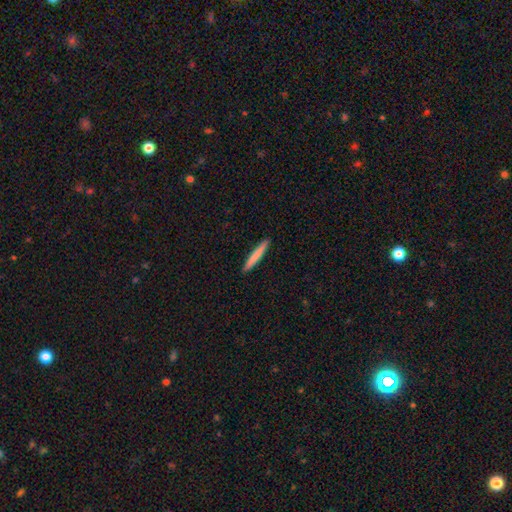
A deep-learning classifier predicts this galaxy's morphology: The model was most divided on "smooth or featured": smooth: 76%, featured or disk: 19%, star or artifact: 5%. More confident: how rounded — cigar-shaped (96%); merging — none (93%).